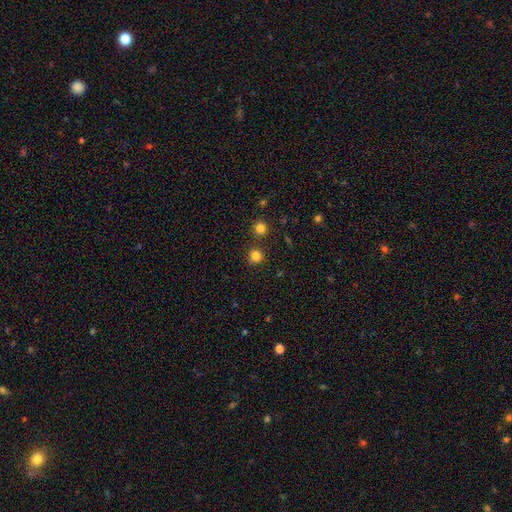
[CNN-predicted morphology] A smooth galaxy with no disk features (82%) that is round (93%).

Vote fractions:
- Smooth or featured? smooth: 82% / star or artifact: 14% / featured or disk: 4%
- How rounded? round: 93% / in between: 6% / cigar-shaped: 1%
- Merging? none: 84% / minor disturbance: 7% / merger: 7% / major disturbance: 2%